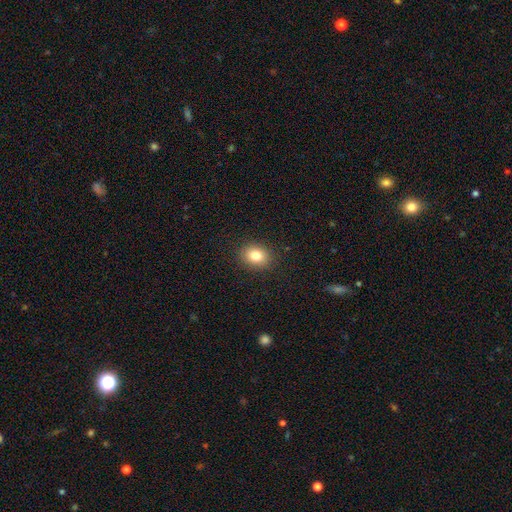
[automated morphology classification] This is clearly a smooth galaxy (82%). How rounded: possibly round (53%). Merging: clearly none (89%).